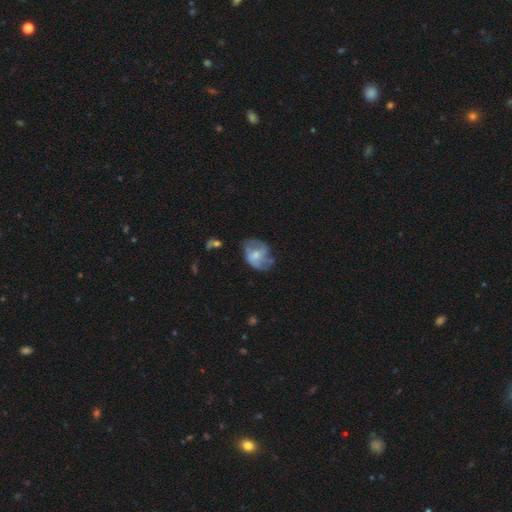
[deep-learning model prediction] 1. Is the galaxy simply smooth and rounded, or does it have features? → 56% featured or disk, 37% smooth, 7% star or artifact.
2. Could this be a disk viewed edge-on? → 97% no, 3% yes.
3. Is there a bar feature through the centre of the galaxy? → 61% no, 33% weak, 7% strong.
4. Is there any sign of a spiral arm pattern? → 68% yes, 32% no.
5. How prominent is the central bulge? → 45% small, 43% moderate, 8% none, 4% large, 1% dominant.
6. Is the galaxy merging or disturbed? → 49% none, 29% minor disturbance, 19% major disturbance, 3% merger.